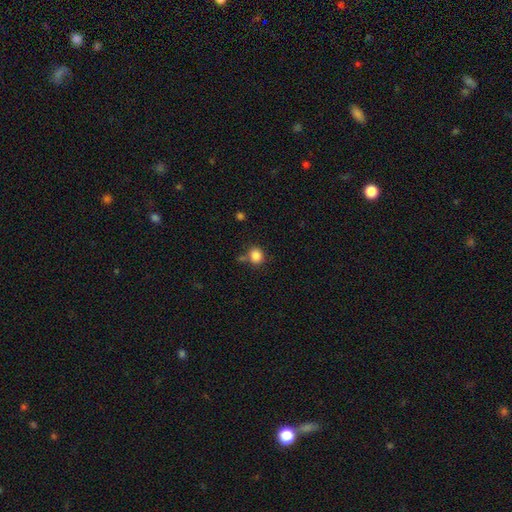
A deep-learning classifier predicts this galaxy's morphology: Overall: smooth (85%). How rounded: round (72%). Merging: none (71%).